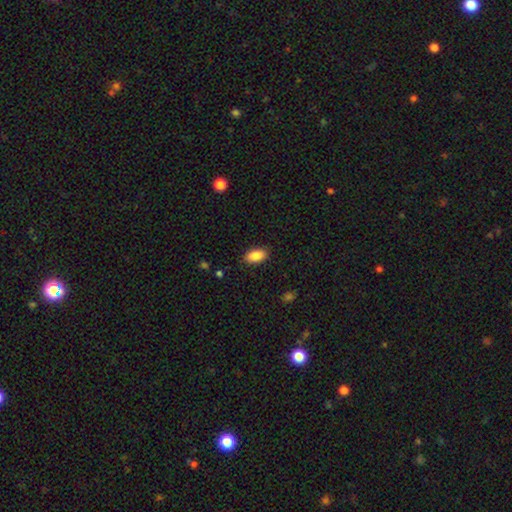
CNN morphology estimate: Overall: smooth (88%). How rounded: in between (93%). Merging: none (88%).